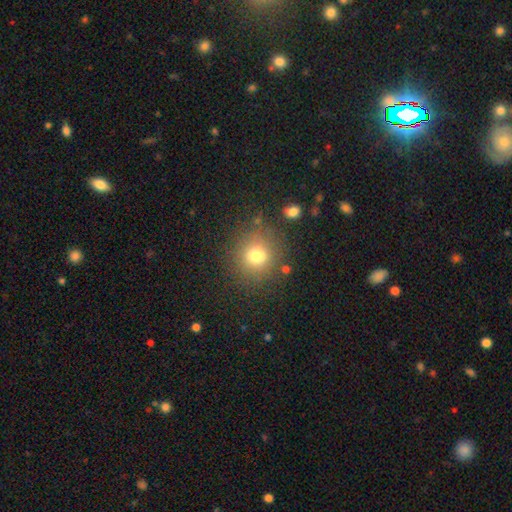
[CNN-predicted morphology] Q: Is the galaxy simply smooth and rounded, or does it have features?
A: smooth — 74%.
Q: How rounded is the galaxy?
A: round — 83%.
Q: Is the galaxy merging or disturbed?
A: none — 79%.